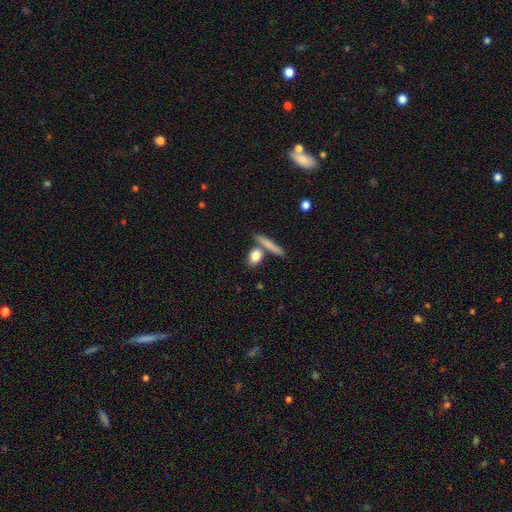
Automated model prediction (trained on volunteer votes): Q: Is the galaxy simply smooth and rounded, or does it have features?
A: smooth — 81%.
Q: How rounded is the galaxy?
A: in between — 48%.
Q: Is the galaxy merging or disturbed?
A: none — 64%.